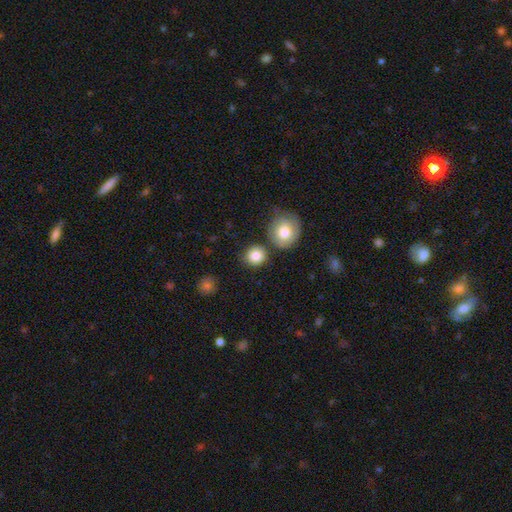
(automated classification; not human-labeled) Smooth or featured: smooth — 84% (star or artifact — 9%)
How rounded: round — 90% (in between — 9%)
Merging: none — 75% (merger — 12%)